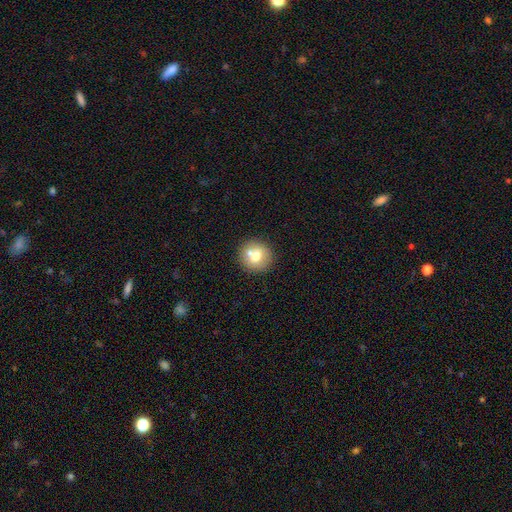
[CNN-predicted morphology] A smooth galaxy with no disk features (68%) that is round (90%). Merging: none (70%).